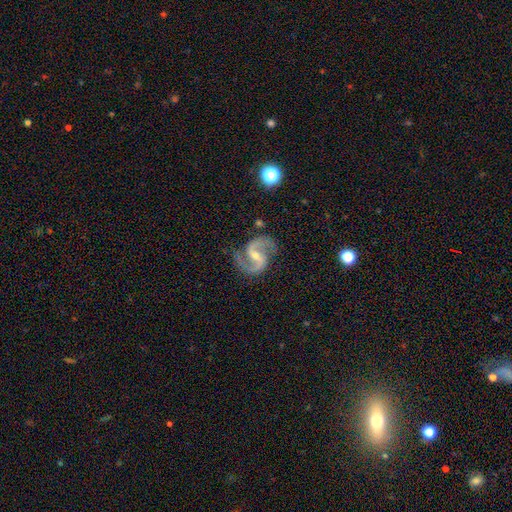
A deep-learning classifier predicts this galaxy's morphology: Smooth or featured: featured or disk — 93% (star or artifact — 4%)
Edge-on disk: no — 98% (yes — 2%)
Bar: weak — 44% (strong — 33%)
Spiral arms: yes — 98% (no — 2%)
Spiral winding: medium — 63% (loose — 26%)
Spiral arm count: 2 — 94% (can't tell — 1%)
Bulge size: small — 59% (moderate — 36%)
Merging: none — 81% (minor disturbance — 13%)